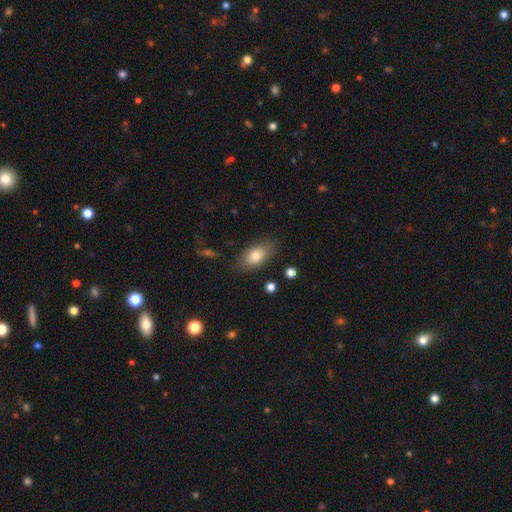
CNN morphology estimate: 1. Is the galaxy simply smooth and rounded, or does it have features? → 79% smooth, 13% featured or disk, 8% star or artifact.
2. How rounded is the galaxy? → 87% in between, 7% round, 5% cigar-shaped.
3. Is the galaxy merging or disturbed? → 81% none, 13% minor disturbance, 4% major disturbance, 2% merger.